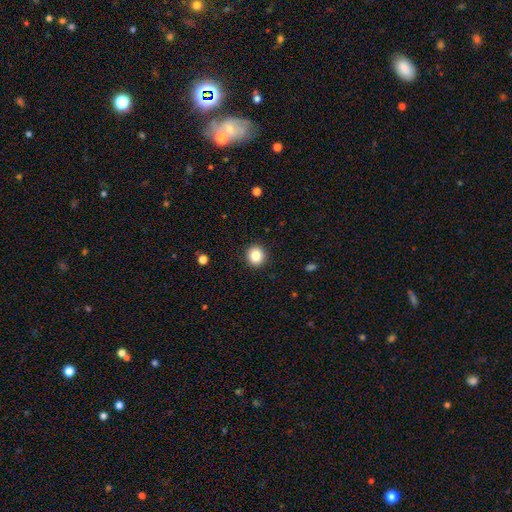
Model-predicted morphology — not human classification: type=smooth (84%); roundness=round (90%); merging=none (92%).